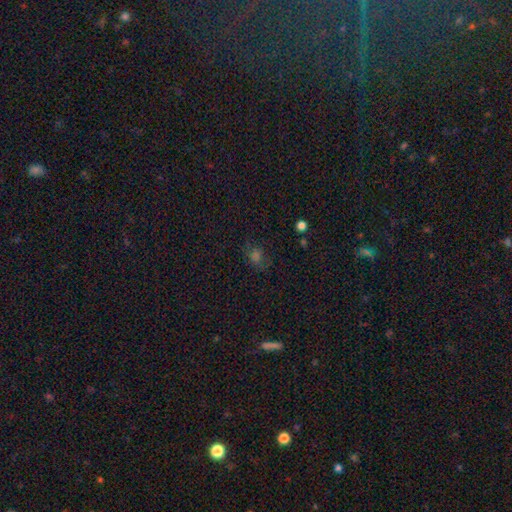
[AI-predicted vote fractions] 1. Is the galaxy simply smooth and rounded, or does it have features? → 53% smooth, 35% star or artifact, 12% featured or disk.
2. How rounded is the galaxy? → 50% round, 48% in between, 2% cigar-shaped.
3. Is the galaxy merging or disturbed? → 69% none, 19% minor disturbance, 9% major disturbance, 3% merger.